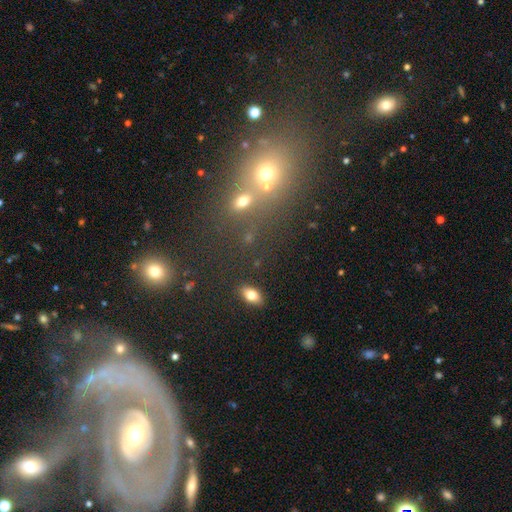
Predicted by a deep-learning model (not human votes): A featured or disk galaxy (47%).

Vote fractions:
- Smooth or featured? featured or disk: 47% / smooth: 30% / star or artifact: 23%
- Merging? none: 51% / merger: 22% / minor disturbance: 15% / major disturbance: 12%